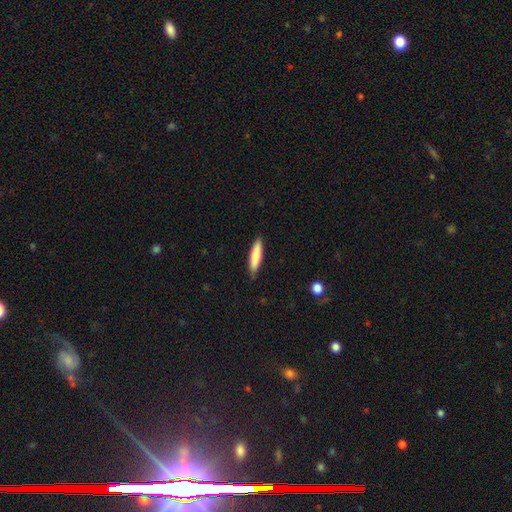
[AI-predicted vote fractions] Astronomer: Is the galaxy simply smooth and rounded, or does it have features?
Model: smooth — 82%.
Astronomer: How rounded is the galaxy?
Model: cigar-shaped — 79%.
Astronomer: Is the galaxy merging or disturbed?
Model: none — 85%.